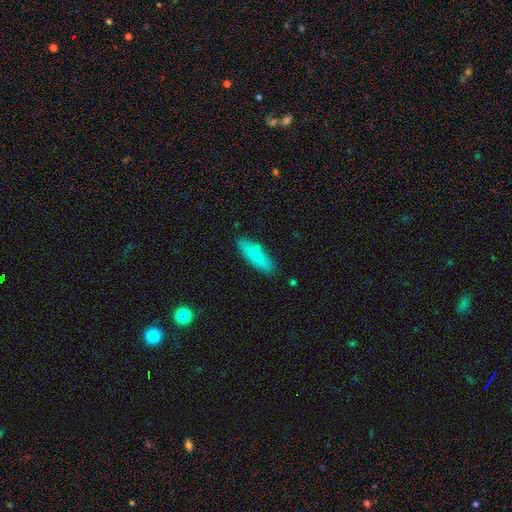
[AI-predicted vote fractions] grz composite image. It shows a smooth galaxy with no disk features (81%) that is cigar-shaped (57%). Merging: none (81%).